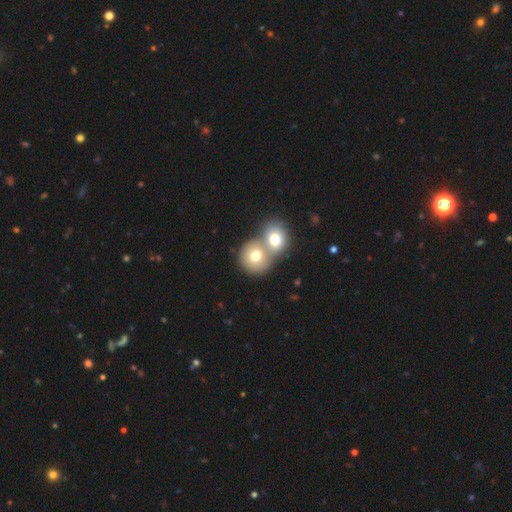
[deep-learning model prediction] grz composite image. It shows a smooth galaxy with no disk features (70%) that is round (81%). Merging: merger (63%).